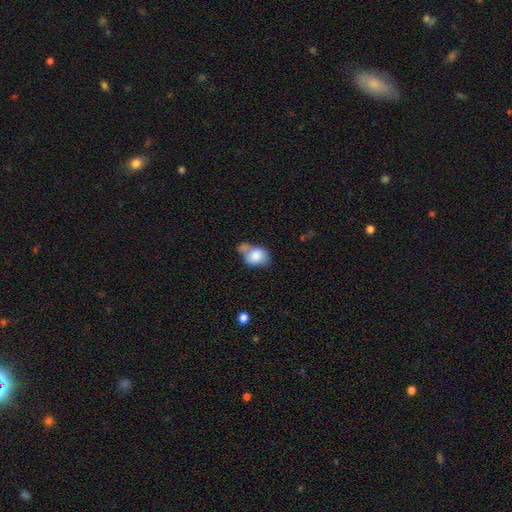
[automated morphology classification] This is clearly a smooth galaxy (81%). How rounded: likely in between (62%). Merging: marginally merger (42%).